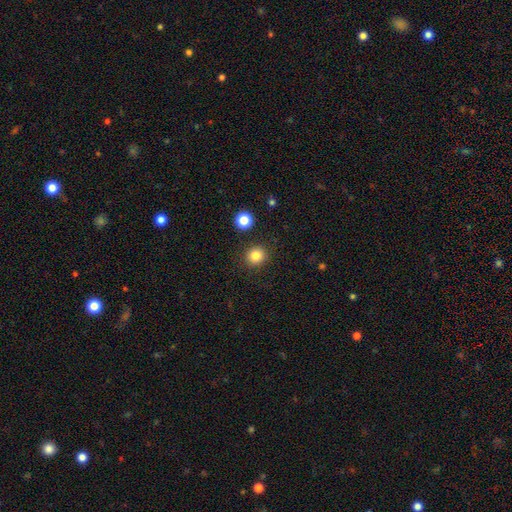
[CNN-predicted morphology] Smooth or featured? Predicted: smooth (p=0.84). How rounded? Predicted: round (p=0.89). Merging? Predicted: none (p=0.90).